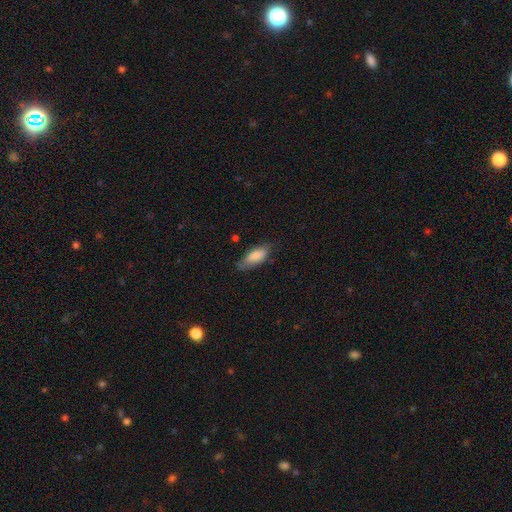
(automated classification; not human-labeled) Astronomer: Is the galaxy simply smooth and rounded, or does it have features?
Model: smooth — 80%.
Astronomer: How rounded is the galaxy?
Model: in between — 79%.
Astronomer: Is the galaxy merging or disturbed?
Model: none — 65%.